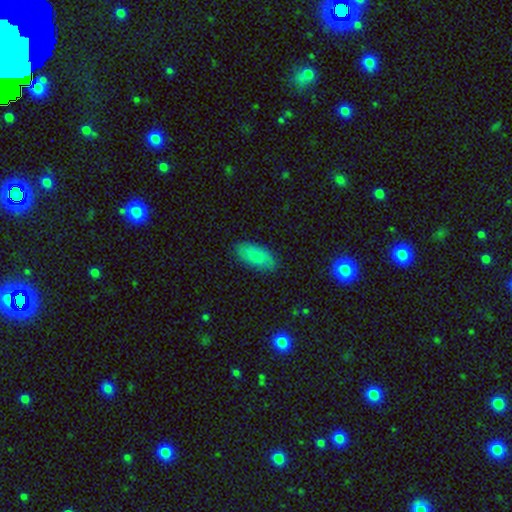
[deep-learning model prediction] Overall: smooth (84%). How rounded: in between (90%). Merging: none (85%).